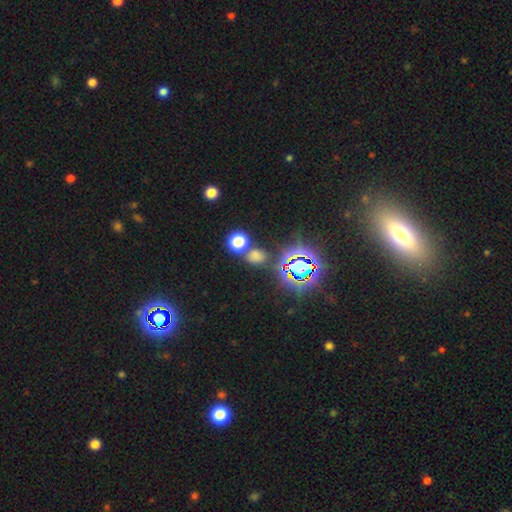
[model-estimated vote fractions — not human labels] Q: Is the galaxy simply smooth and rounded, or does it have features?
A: smooth — 57%.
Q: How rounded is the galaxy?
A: round — 66%.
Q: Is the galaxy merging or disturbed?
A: none — 67%.